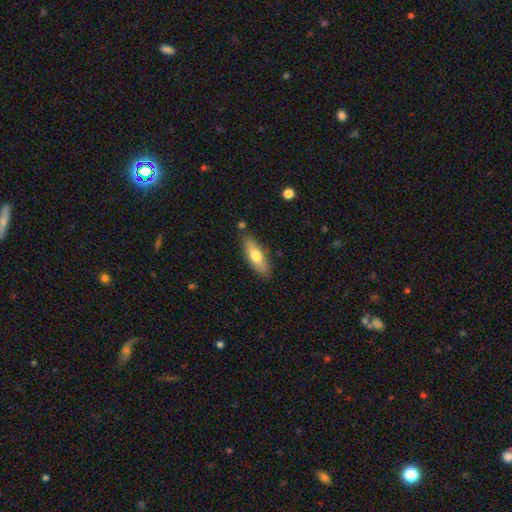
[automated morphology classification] Overall: smooth (67%). How rounded: in between (59%; cigar-shaped 39%). Merging: none (81%).